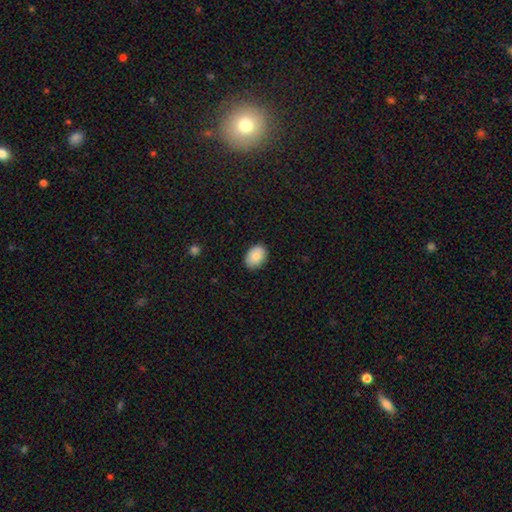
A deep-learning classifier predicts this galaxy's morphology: Smooth or featured: smooth — 86% (star or artifact — 7%)
How rounded: in between — 81% (round — 18%)
Merging: none — 87% (minor disturbance — 10%)